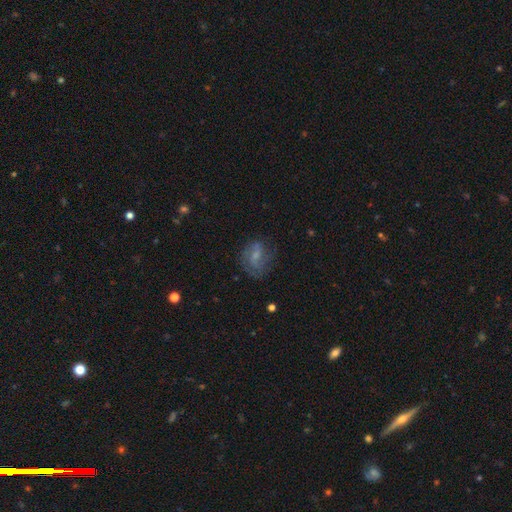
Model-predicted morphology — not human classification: Smooth or featured? Predicted: featured or disk (p=0.54). Edge-on disk? Predicted: no (p=0.96). Bar? Predicted: weak (p=0.48). Spiral arms? Predicted: yes (p=0.74). Bulge size? Predicted: small (p=0.41). Merging? Predicted: none (p=0.56).